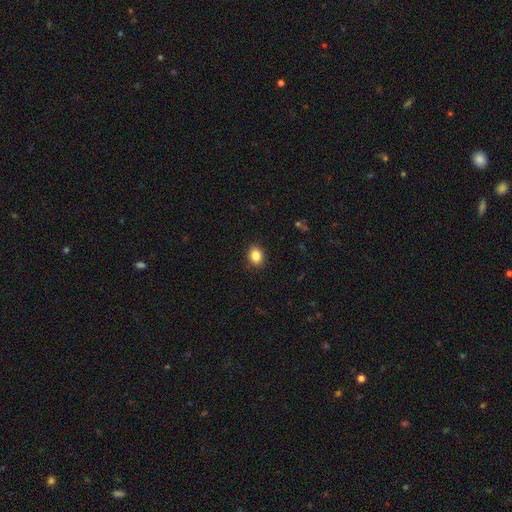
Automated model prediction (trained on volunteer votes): A smooth galaxy with no disk features (86%) that is round (50%).

Vote fractions:
- Smooth or featured? smooth: 86% / star or artifact: 9% / featured or disk: 4%
- How rounded? round: 50% / in between: 49% / cigar-shaped: 1%
- Merging? none: 90% / minor disturbance: 7% / major disturbance: 2% / merger: 1%